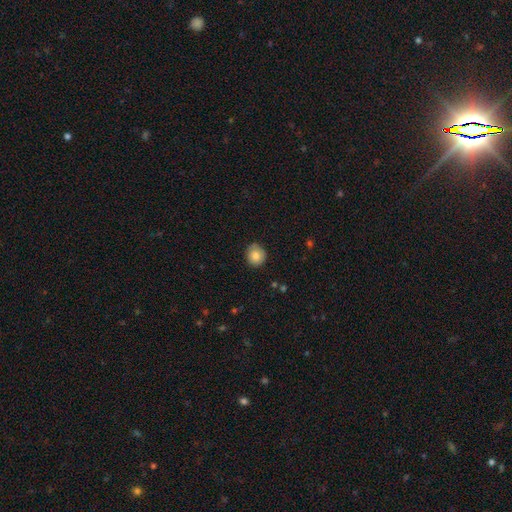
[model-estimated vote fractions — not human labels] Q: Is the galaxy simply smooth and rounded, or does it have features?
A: smooth — 82%.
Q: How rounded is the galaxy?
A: round — 85%.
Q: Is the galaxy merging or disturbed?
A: none — 80%.